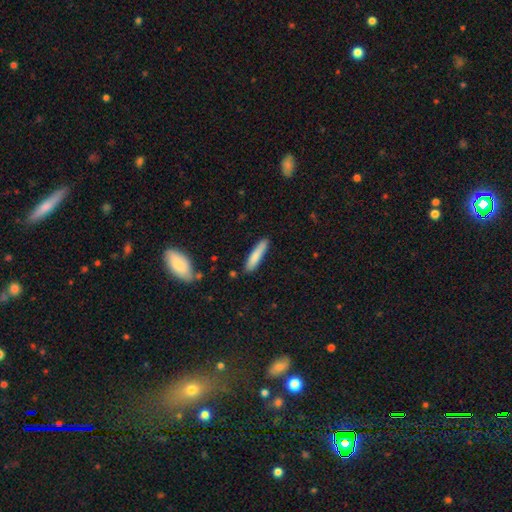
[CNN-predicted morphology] type=smooth (83%); roundness=cigar-shaped (83%); merging=none (84%).